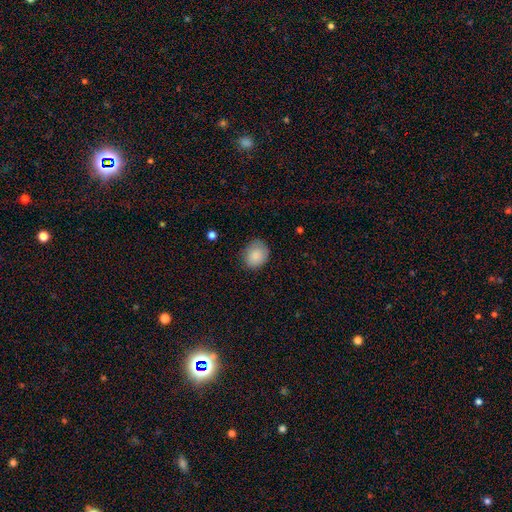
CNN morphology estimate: smooth 86%, star or artifact 7%, featured or disk 7%. Down the decision tree: how rounded — round (63%); merging — none (75%).